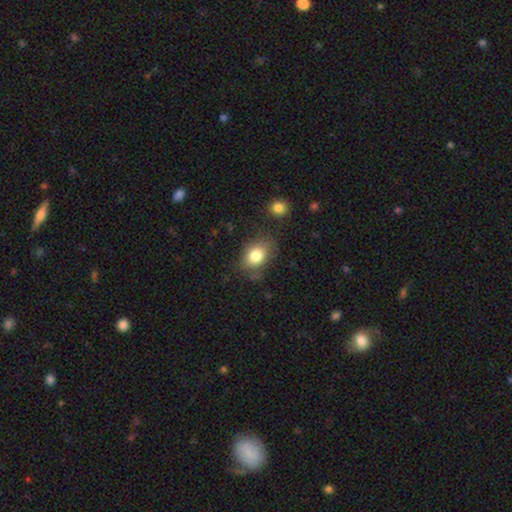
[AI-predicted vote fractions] smooth 82%, featured or disk 10%, star or artifact 8%. Down the decision tree: how rounded — in between (71%); merging — none (70%).